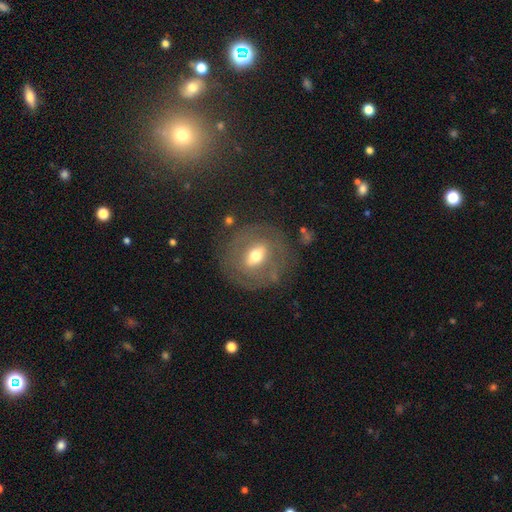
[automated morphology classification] A featured or disk galaxy (64%) with a weak bar (39%), no spiral arms (57%) and a moderate central bulge (66%). Merging: none (74%).